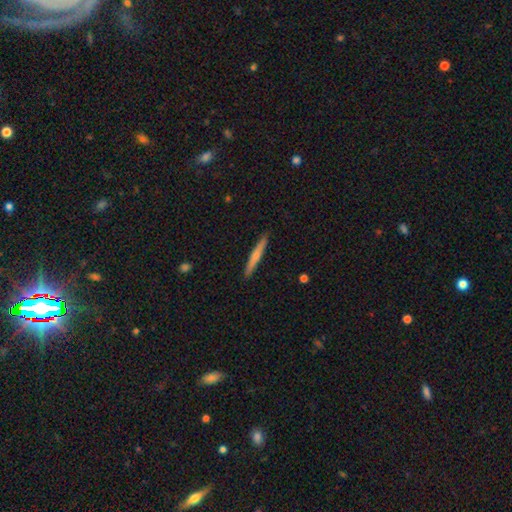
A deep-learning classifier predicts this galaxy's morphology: This is possibly a smooth galaxy (52%). How rounded: clearly cigar-shaped (95%). Merging: clearly none (91%).